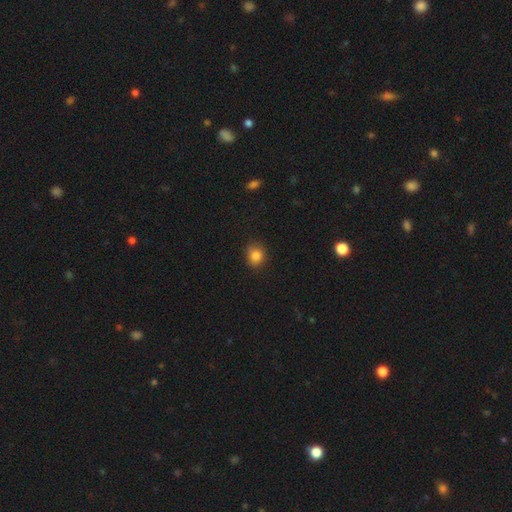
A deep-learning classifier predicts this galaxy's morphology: Overall: smooth (84%). How rounded: round (72%). Merging: none (76%).